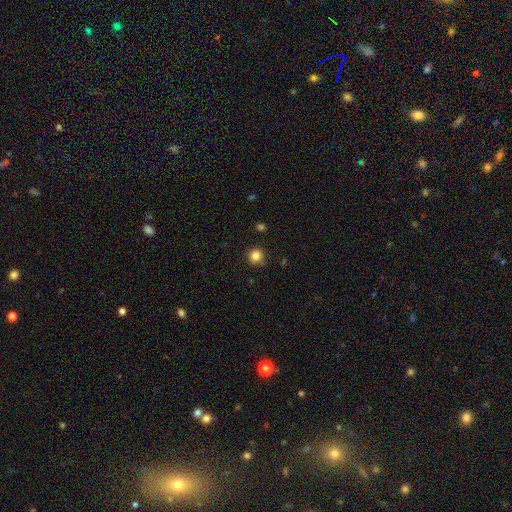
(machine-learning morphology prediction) Smooth or featured? smooth (84%)
How rounded? round (94%)
Merging? none (89%)